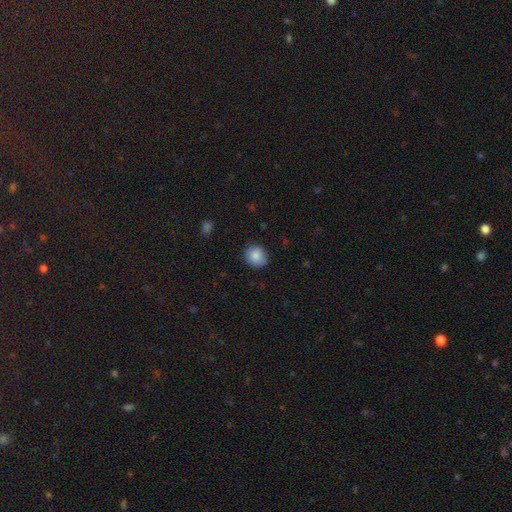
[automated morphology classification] A smooth galaxy with no disk features (87%) that is round (81%).

Vote fractions:
- Smooth or featured? smooth: 87% / star or artifact: 8% / featured or disk: 5%
- How rounded? round: 81% / in between: 18% / cigar-shaped: 1%
- Merging? none: 83% / minor disturbance: 13% / major disturbance: 3% / merger: 1%